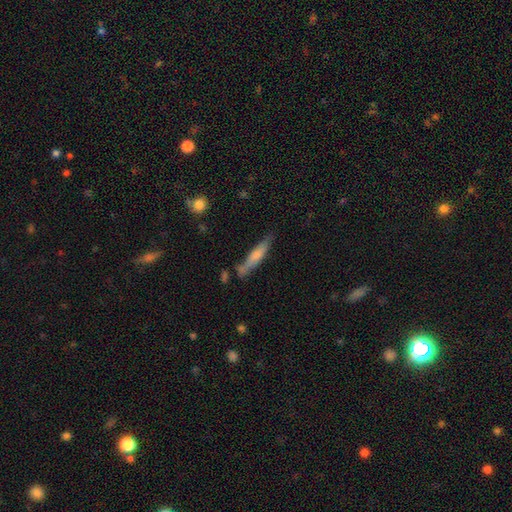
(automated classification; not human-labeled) A smooth galaxy with no disk features (59%) that is cigar-shaped (86%).

Vote fractions:
- Smooth or featured? smooth: 59% / featured or disk: 35% / star or artifact: 7%
- How rounded? cigar-shaped: 86% / in between: 12% / round: 2%
- Merging? none: 65% / minor disturbance: 21% / merger: 8% / major disturbance: 6%